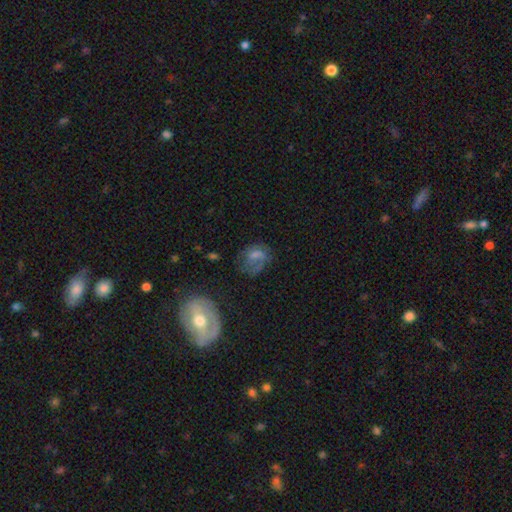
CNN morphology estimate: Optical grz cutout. It shows a smooth galaxy with no disk features (45%). Merging: none (38%).